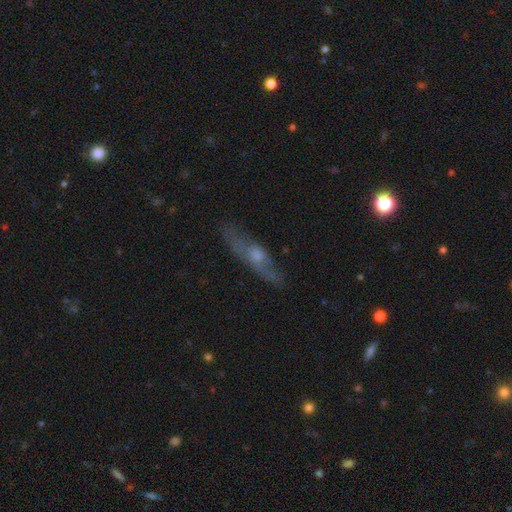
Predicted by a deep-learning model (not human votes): The model was most divided on "smooth or featured": featured or disk: 60%, smooth: 32%, star or artifact: 9%. More confident: merging — none (73%); edge-on disk — yes (70%).